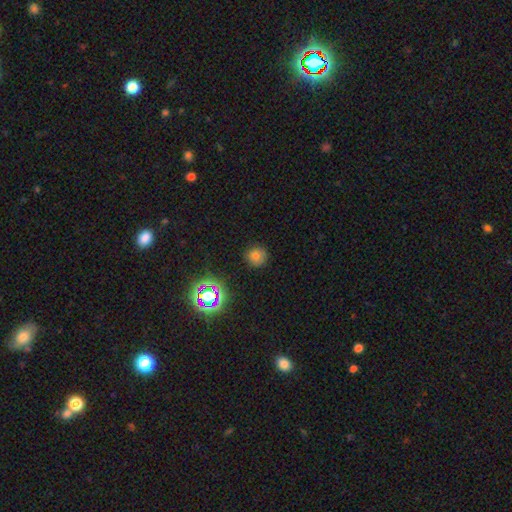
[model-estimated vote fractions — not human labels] This appears to be a smooth galaxy with no disk features (72%) that is round (92%). Merging: none (86%).